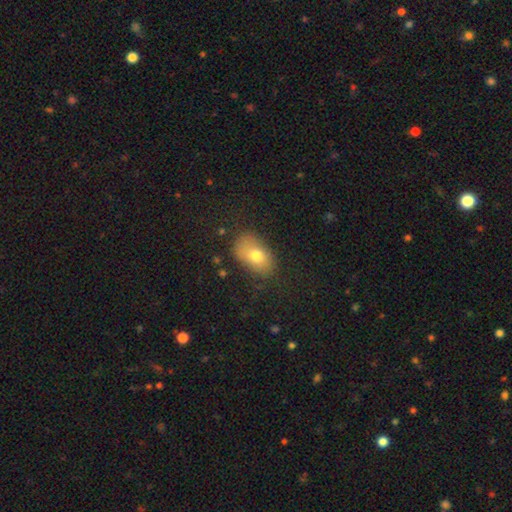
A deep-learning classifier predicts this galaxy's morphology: smooth_or_featured: smooth (p=0.73) [alt: featured or disk p=0.17]
how_rounded: in between (p=0.85) [alt: round p=0.13]
merging: none (p=0.71) [alt: minor disturbance p=0.19]